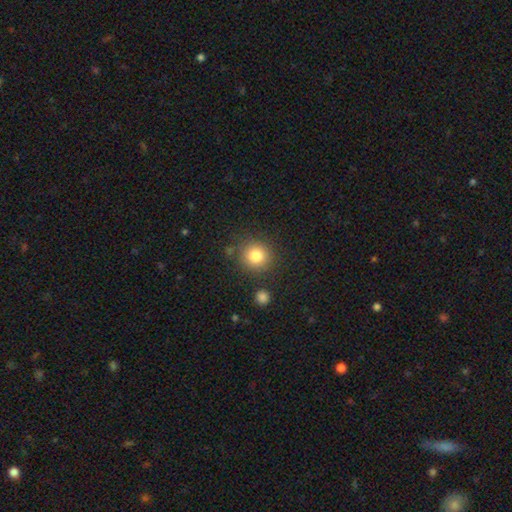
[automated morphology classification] This is clearly a smooth galaxy (82%). How rounded: clearly round (91%). Merging: clearly none (84%).